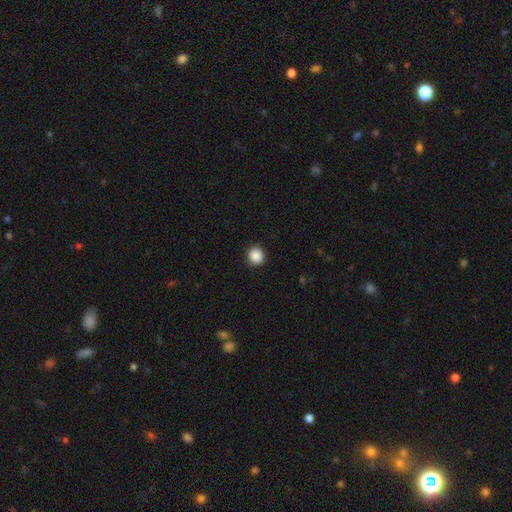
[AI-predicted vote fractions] The model was most divided on "smooth or featured": smooth: 88%, star or artifact: 9%, featured or disk: 2%. More confident: how rounded — round (90%); merging — none (90%).